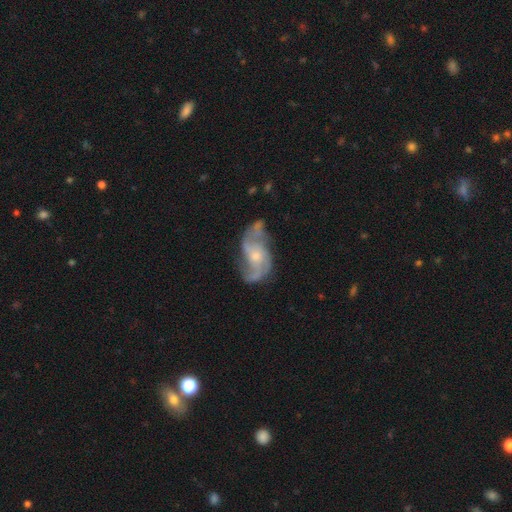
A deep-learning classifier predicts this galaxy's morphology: This appears to be a featured or disk galaxy (83%) with no bar (62%), 2 (65%) loose (45%) spiral arms (92%) and a small central bulge (51%). Merging: none (55%).